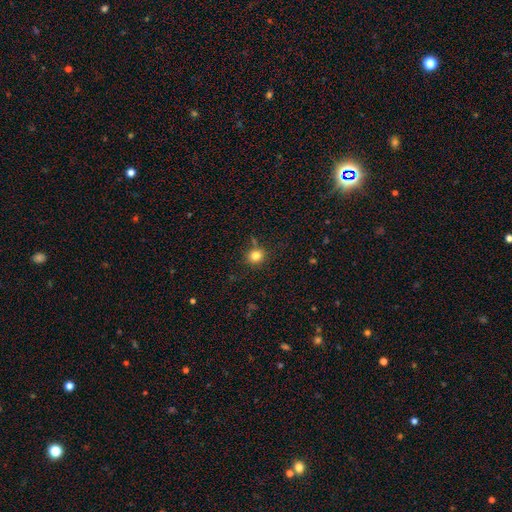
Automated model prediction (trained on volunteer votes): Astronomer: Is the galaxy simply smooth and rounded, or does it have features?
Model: smooth — 82%.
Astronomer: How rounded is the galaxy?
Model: round — 83%.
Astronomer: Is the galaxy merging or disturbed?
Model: none — 80%.